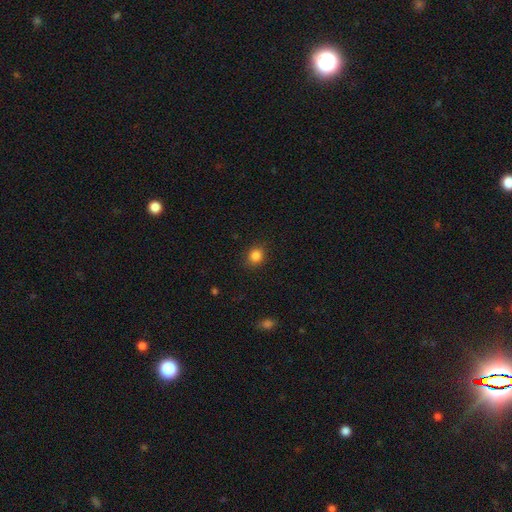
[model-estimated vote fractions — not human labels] smooth 84%, star or artifact 11%, featured or disk 4%. Down the decision tree: how rounded — round (73%); merging — none (87%).